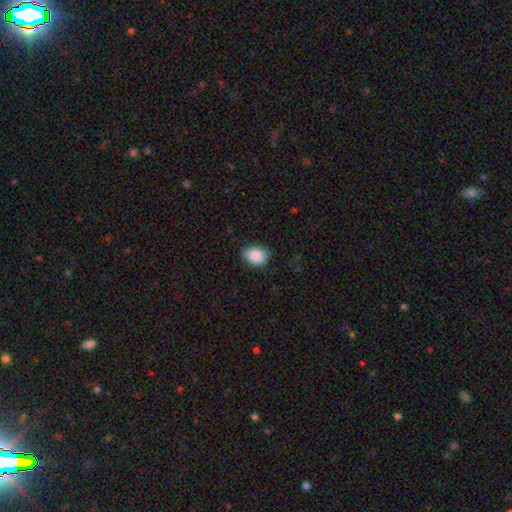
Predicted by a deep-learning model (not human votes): A smooth galaxy with no disk features (88%) that is in between round and cigar-shaped (73%).

Vote fractions:
- Smooth or featured? smooth: 88% / star or artifact: 7% / featured or disk: 5%
- How rounded? in between: 73% / round: 26% / cigar-shaped: 1%
- Merging? none: 81% / minor disturbance: 15% / major disturbance: 3% / merger: 1%